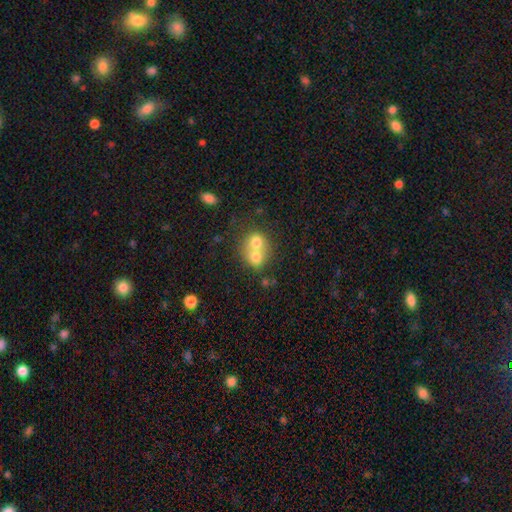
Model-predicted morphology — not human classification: Smooth or featured? smooth (67%)
How rounded? round (72%)
Merging? merger (69%)